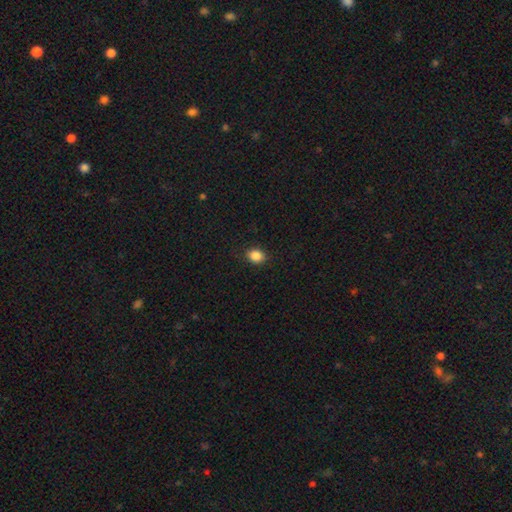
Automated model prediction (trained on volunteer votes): This is clearly a smooth galaxy (87%). How rounded: possibly round (51%). Merging: clearly none (88%).